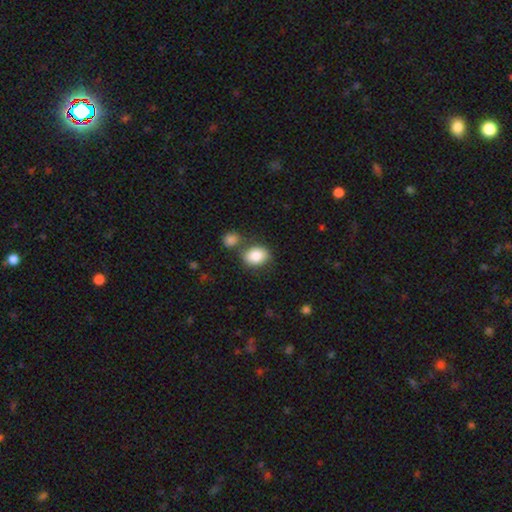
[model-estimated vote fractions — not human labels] Overall: smooth (86%). How rounded: in between (65%; round 34%). Merging: none (62%).